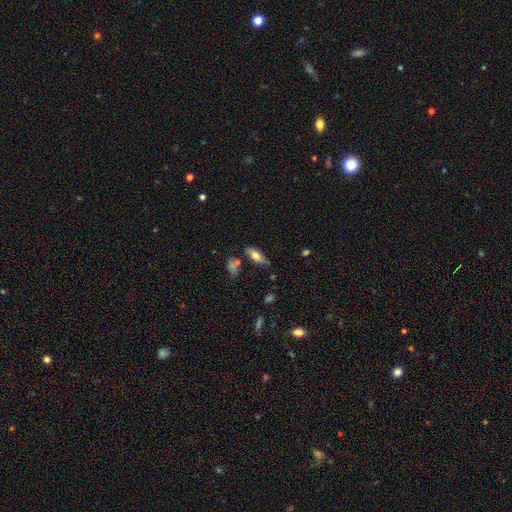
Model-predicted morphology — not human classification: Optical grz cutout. It shows a smooth galaxy with no disk features (72%) that is in between round and cigar-shaped (81%). Merging: none (69%).